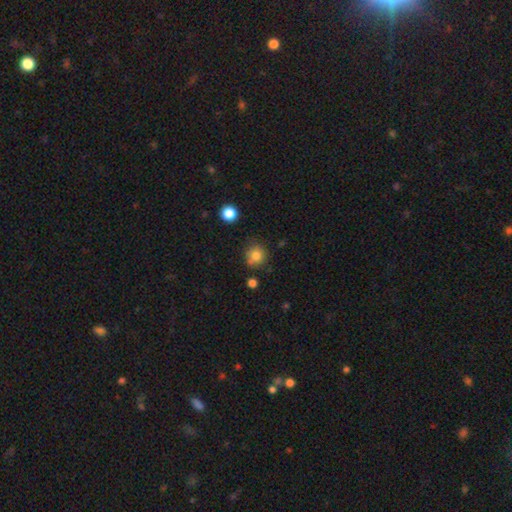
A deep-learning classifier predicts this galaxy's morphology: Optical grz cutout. It shows a smooth galaxy with no disk features (82%) that is round (89%). Merging: none (77%).